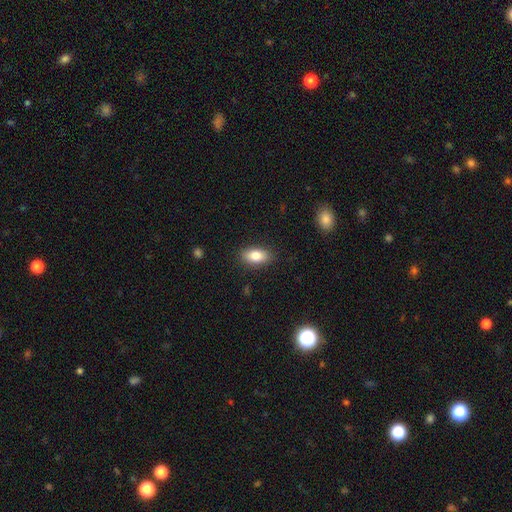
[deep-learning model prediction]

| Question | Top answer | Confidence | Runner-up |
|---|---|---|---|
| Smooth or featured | smooth | 82% | featured or disk (11%) |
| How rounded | in between | 89% | round (6%) |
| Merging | none | 87% | minor disturbance (10%) |